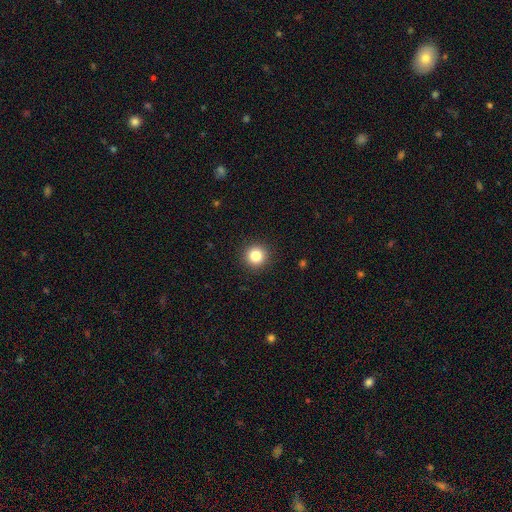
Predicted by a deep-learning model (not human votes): Morphology: type=smooth (84%); roundness=round (95%); merging=none (92%).